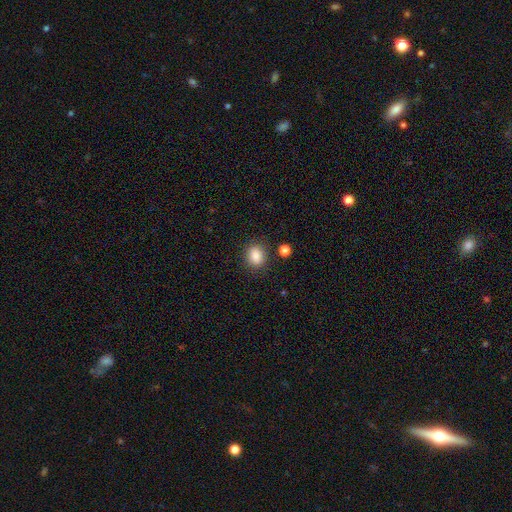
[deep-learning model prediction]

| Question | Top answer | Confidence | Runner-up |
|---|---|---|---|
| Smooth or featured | smooth | 86% | star or artifact (9%) |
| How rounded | in between | 50% | round (49%) |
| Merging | none | 84% | minor disturbance (10%) |